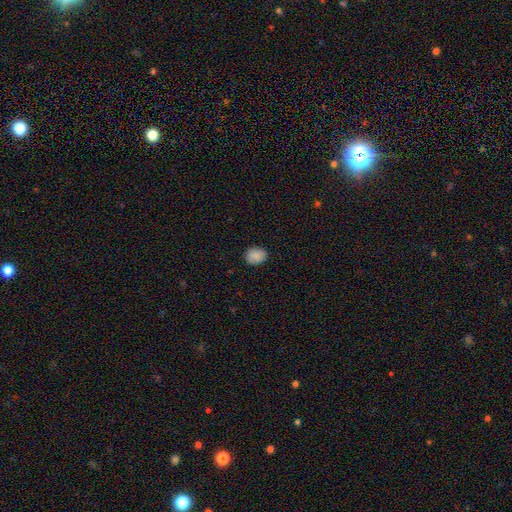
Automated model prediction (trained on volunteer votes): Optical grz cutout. It shows a smooth galaxy with no disk features (89%) that is round (51%). Merging: none (88%).